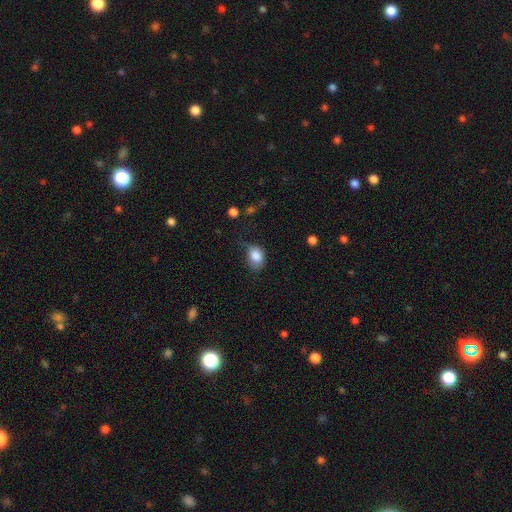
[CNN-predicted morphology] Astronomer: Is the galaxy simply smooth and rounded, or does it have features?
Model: smooth — 83%.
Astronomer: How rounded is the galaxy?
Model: in between — 61% (runner-up: round, 38%).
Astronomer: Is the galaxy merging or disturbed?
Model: none — 41% (runner-up: minor disturbance, 38%).